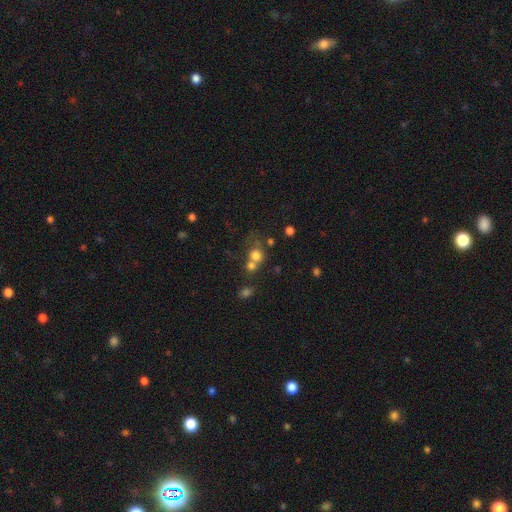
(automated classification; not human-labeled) A smooth galaxy with no disk features (72%) that is round (80%). Merging: merger (47%).